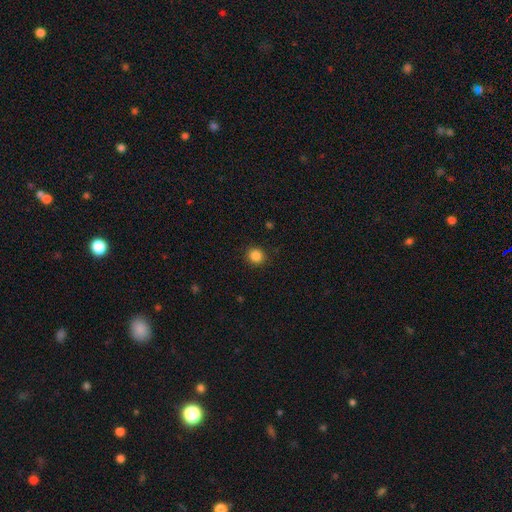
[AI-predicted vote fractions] smooth_or_featured: smooth (p=0.86) [alt: star or artifact p=0.11]
how_rounded: round (p=0.88) [alt: in between p=0.11]
merging: none (p=0.90) [alt: minor disturbance p=0.07]